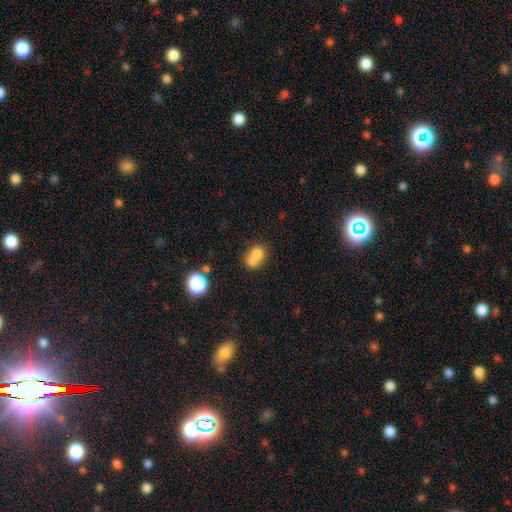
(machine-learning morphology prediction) Smooth or featured?
  - smooth: 71% *
  - featured or disk: 17%
  - star or artifact: 11%
How rounded?
  - round: 56% *
  - in between: 43%
  - cigar-shaped: 1%
Merging?
  - merger: 62% *
  - none: 26%
  - minor disturbance: 8%
  - major disturbance: 4%